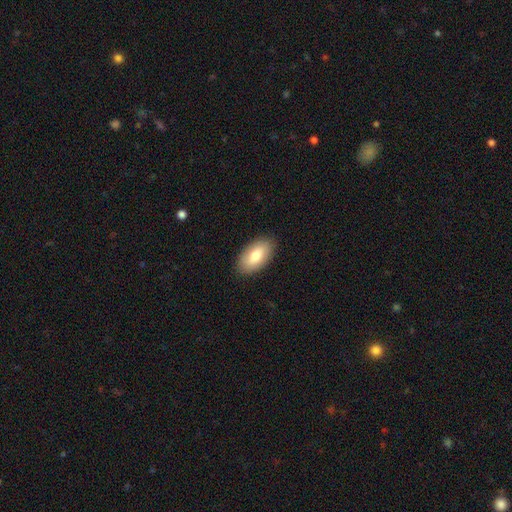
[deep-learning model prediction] smooth 78%, featured or disk 16%, star or artifact 6%. Down the decision tree: how rounded — in between (94%); merging — none (88%).